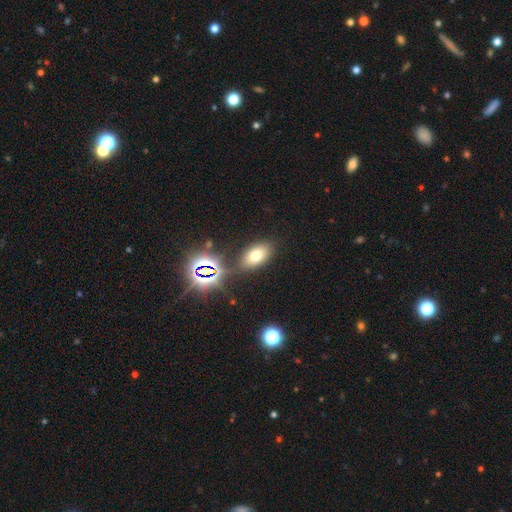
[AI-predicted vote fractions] Smooth or featured? Predicted: smooth (p=0.65). How rounded? Predicted: in between (p=0.88). Merging? Predicted: none (p=0.77).